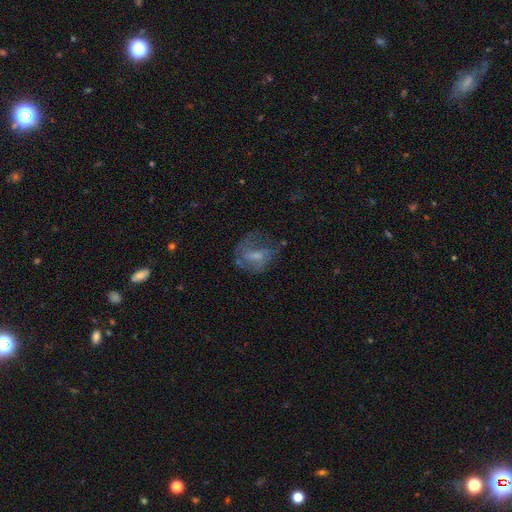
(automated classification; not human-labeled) Overall: featured or disk (48%; smooth 40%). Merging: none (39%; major disturbance 34%).